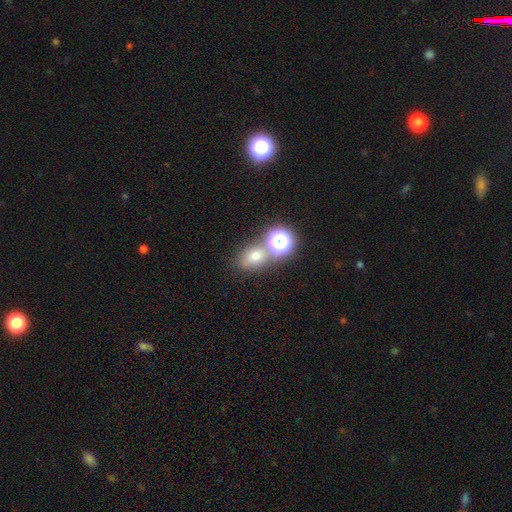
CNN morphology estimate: The model was most divided on "how rounded": in between: 52%, round: 47%, cigar-shaped: 1%. More confident: smooth or featured — smooth (66%); merging — none (56%).